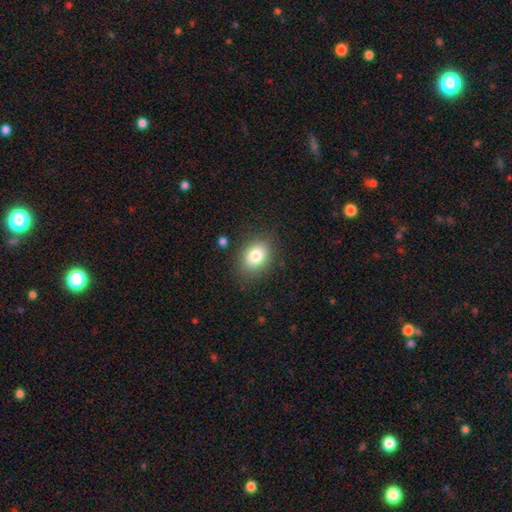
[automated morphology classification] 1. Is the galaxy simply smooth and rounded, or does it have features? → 81% smooth, 10% star or artifact, 10% featured or disk.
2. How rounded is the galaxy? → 62% in between, 37% round, 1% cigar-shaped.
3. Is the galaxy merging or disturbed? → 84% none, 11% minor disturbance, 4% major disturbance, 2% merger.